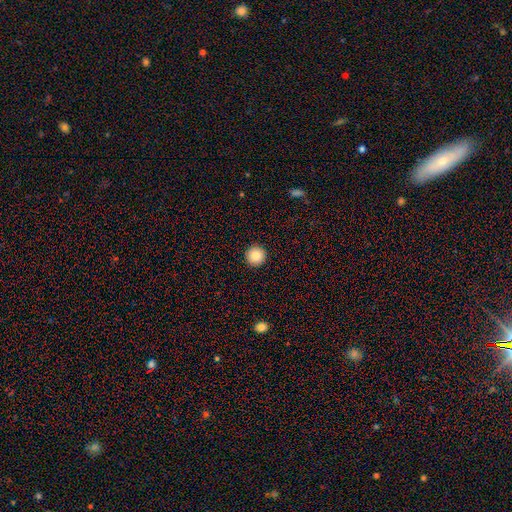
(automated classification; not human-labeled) smooth-or-featured: smooth: 86% | star or artifact: 9% | featured or disk: 5%
  how-rounded: round: 96% | in between: 3% | cigar-shaped: 1%
  merging: none: 94% | minor disturbance: 4% | major disturbance: 1% | merger: 1%